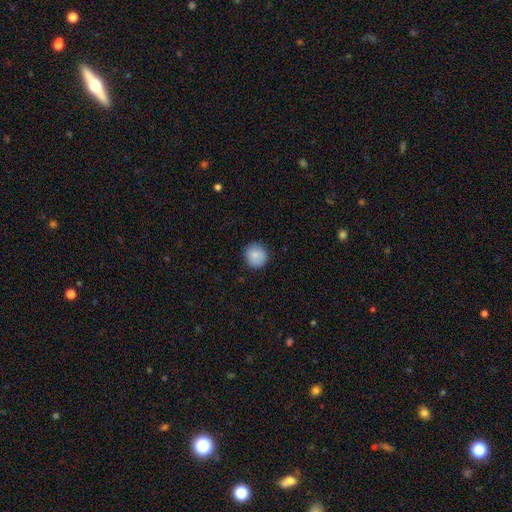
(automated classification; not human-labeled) smooth 85%, star or artifact 8%, featured or disk 6%. Down the decision tree: how rounded — round (93%); merging — none (89%).